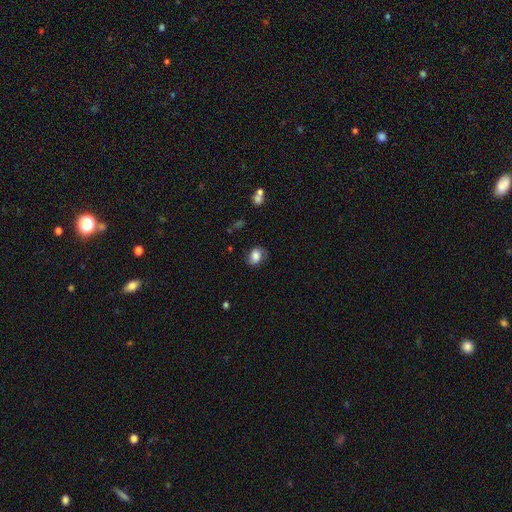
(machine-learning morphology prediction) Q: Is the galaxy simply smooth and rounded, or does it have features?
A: smooth — 74%.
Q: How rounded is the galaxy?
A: in between — 65%.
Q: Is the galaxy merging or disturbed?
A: none — 67%.